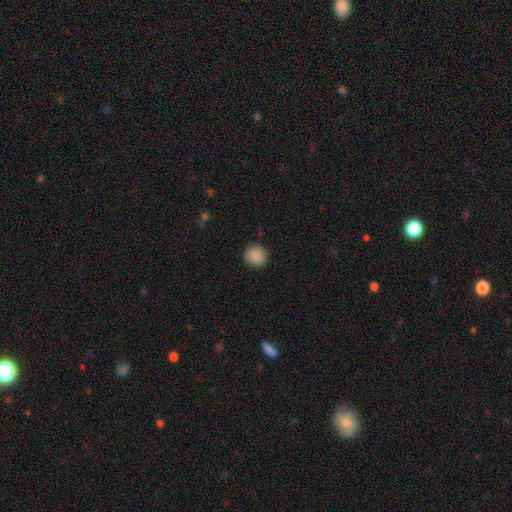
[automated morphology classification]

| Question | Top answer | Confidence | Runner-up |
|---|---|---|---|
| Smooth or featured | smooth | 88% | star or artifact (9%) |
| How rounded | round | 91% | in between (8%) |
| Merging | none | 89% | minor disturbance (7%) |